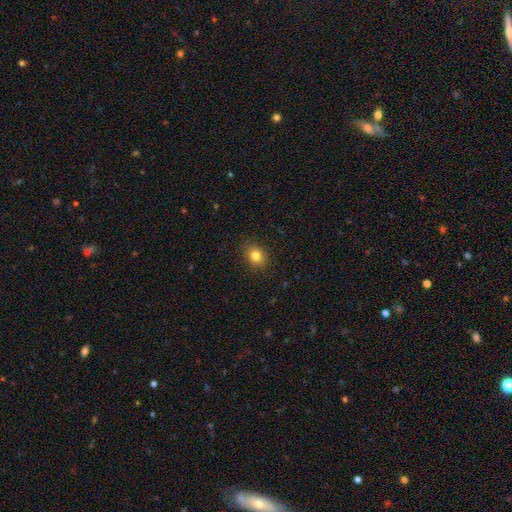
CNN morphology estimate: Smooth or featured: smooth — 82% (star or artifact — 11%)
How rounded: round — 51% (in between — 48%)
Merging: none — 88% (minor disturbance — 9%)